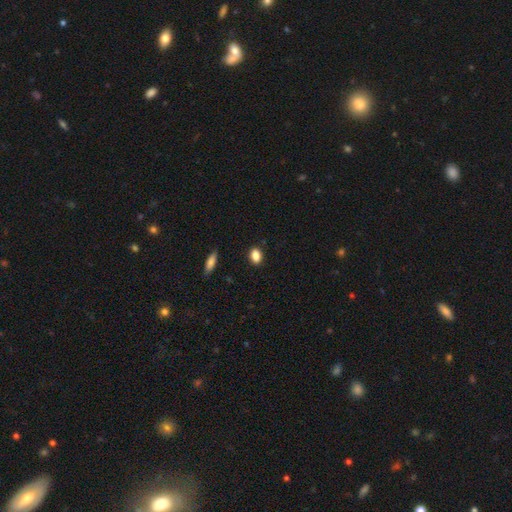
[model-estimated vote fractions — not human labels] Smooth or featured? Predicted: smooth (p=0.86). How rounded? Predicted: in between (p=0.75). Merging? Predicted: none (p=0.88).